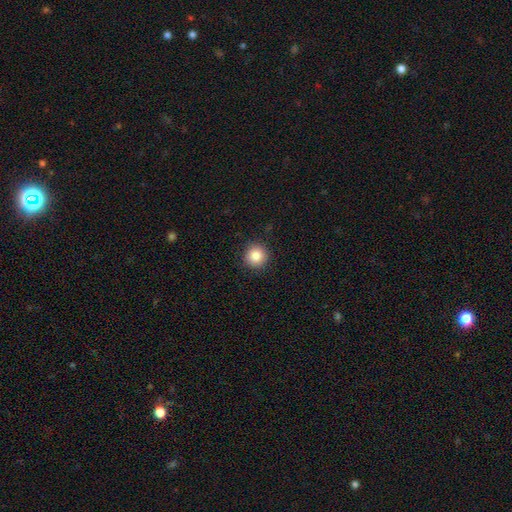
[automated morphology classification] This is clearly a smooth galaxy (86%). How rounded: clearly round (94%). Merging: clearly none (91%).